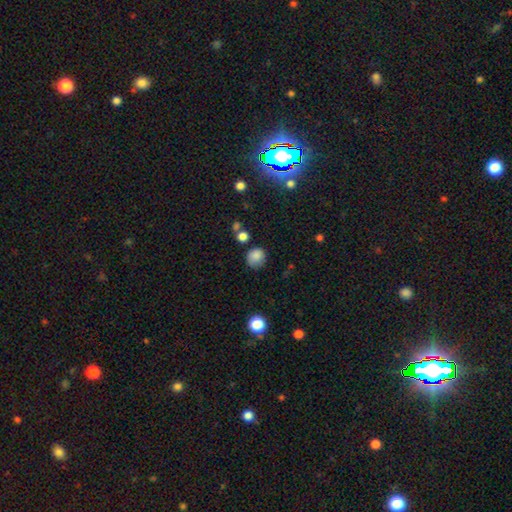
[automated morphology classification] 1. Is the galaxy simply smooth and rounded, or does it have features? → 84% smooth, 11% star or artifact, 5% featured or disk.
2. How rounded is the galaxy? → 81% round, 19% in between, 1% cigar-shaped.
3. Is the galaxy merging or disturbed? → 70% none, 21% minor disturbance, 5% major disturbance, 4% merger.